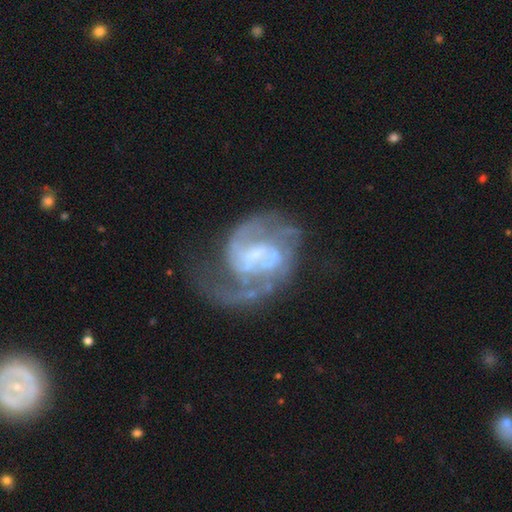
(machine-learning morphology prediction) Overall: featured or disk (87%). Edge-on disk: no (98%). Bar: weak (52%; no 31%). Spiral arms: yes (94%). Spiral arm count: 2 (69%). Spiral winding: medium (51%; tight 27%). Bulge size: small (45%; none 26%). Merging: none (51%; major disturbance 25%).